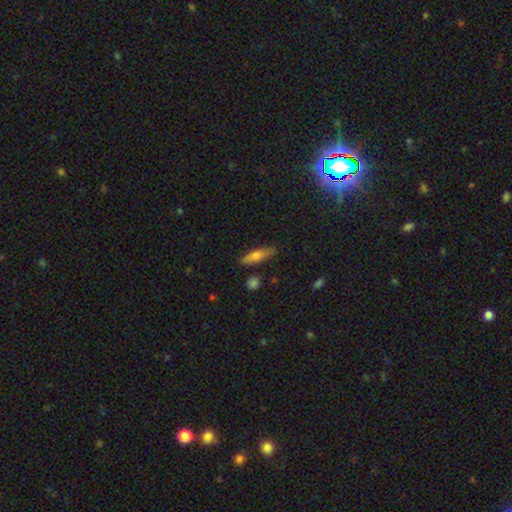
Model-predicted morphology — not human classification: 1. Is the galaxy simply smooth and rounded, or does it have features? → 59% smooth, 33% featured or disk, 7% star or artifact.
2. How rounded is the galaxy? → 68% cigar-shaped, 30% in between, 3% round.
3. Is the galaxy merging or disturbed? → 82% none, 13% minor disturbance, 3% major disturbance, 2% merger.